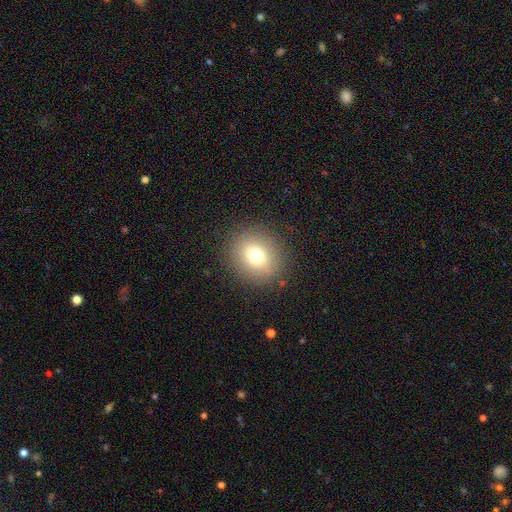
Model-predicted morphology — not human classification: smooth-or-featured: smooth: 75% | star or artifact: 13% | featured or disk: 12%
  how-rounded: round: 82% | in between: 17% | cigar-shaped: 1%
  merging: none: 88% | minor disturbance: 8% | major disturbance: 3% | merger: 1%